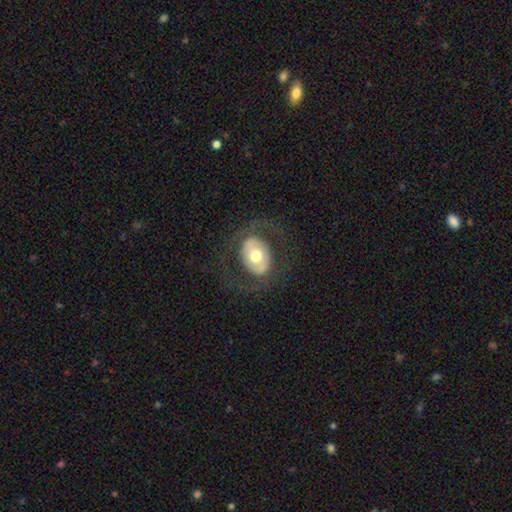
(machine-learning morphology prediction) Smooth or featured? featured or disk (50%)
Merging? none (74%)